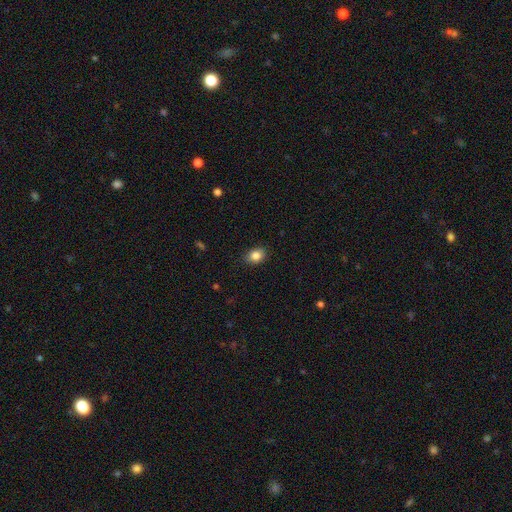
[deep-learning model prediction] Smooth or featured? Predicted: smooth (p=0.85). How rounded? Predicted: in between (p=0.66). Merging? Predicted: none (p=0.87).